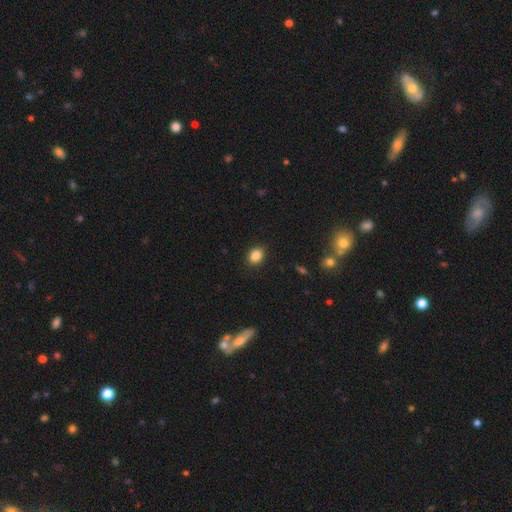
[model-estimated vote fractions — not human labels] Morphology: type=smooth (85%); roundness=in between (55%); merging=none (89%).